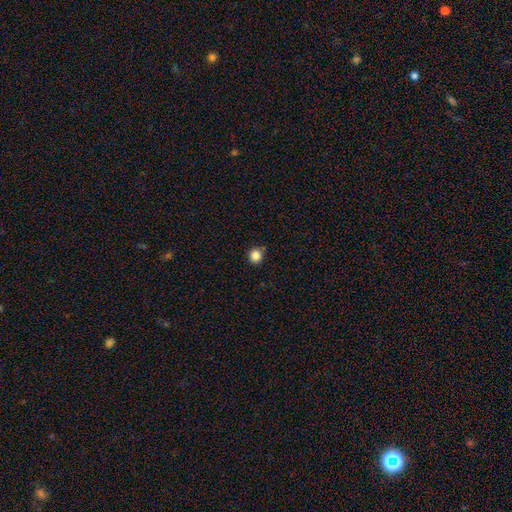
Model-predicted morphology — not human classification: Smooth or featured?
  - smooth: 85% *
  - star or artifact: 11%
  - featured or disk: 4%
How rounded?
  - round: 87% *
  - in between: 12%
  - cigar-shaped: 1%
Merging?
  - none: 84% *
  - minor disturbance: 10%
  - merger: 4%
  - major disturbance: 2%